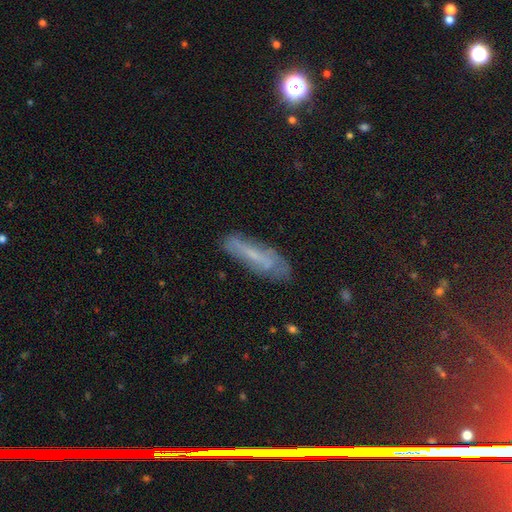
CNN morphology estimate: This appears to be a featured or disk galaxy (44%). Merging: none (72%).